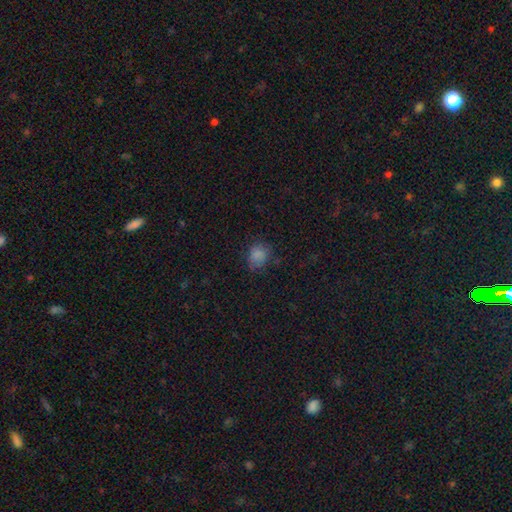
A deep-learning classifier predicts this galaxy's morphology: Smooth or featured? Predicted: smooth (p=0.80). How rounded? Predicted: round (p=0.65). Merging? Predicted: none (p=0.73).